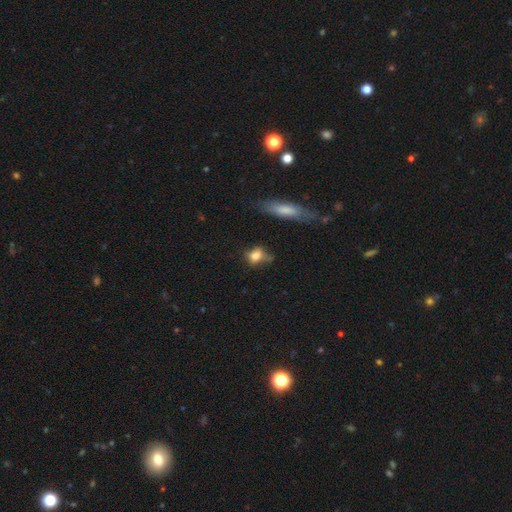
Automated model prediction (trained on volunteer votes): smooth-or-featured: smooth: 73% | featured or disk: 16% | star or artifact: 11%
  how-rounded: in between: 58% | round: 35% | cigar-shaped: 7%
  merging: none: 43% | minor disturbance: 30% | major disturbance: 16% | merger: 12%